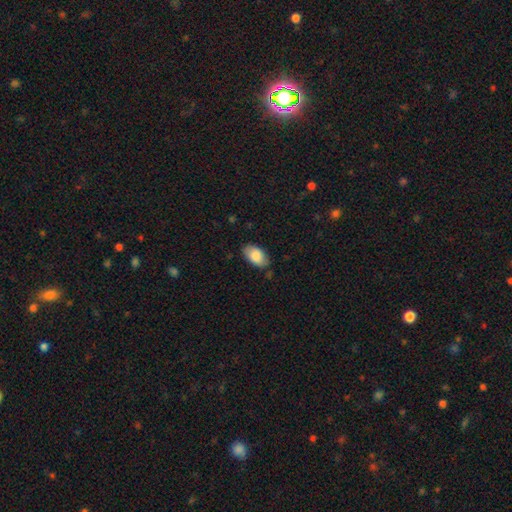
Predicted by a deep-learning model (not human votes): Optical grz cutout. It shows a smooth galaxy with no disk features (85%) that is in between round and cigar-shaped (94%). Merging: none (79%).